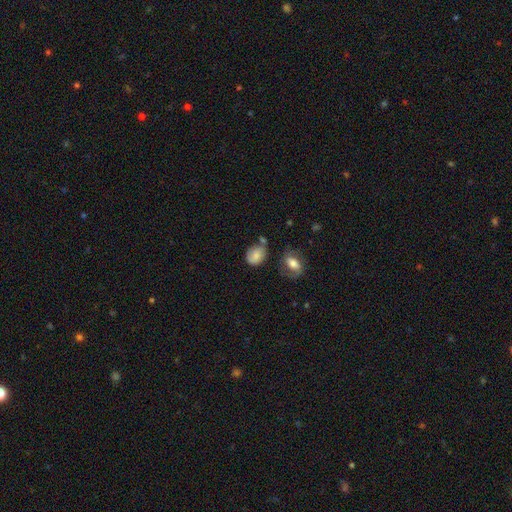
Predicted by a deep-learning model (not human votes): A smooth galaxy with no disk features (73%) that is in between round and cigar-shaped (54%).

Vote fractions:
- Smooth or featured? smooth: 73% / featured or disk: 18% / star or artifact: 9%
- How rounded? in between: 54% / round: 45% / cigar-shaped: 1%
- Merging? none: 52% / minor disturbance: 27% / merger: 12% / major disturbance: 10%